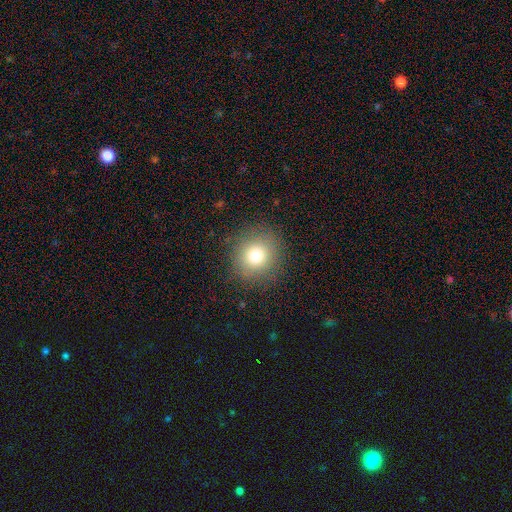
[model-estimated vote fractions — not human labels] Smooth or featured? Predicted: smooth (p=0.77). How rounded? Predicted: round (p=0.90). Merging? Predicted: none (p=0.88).